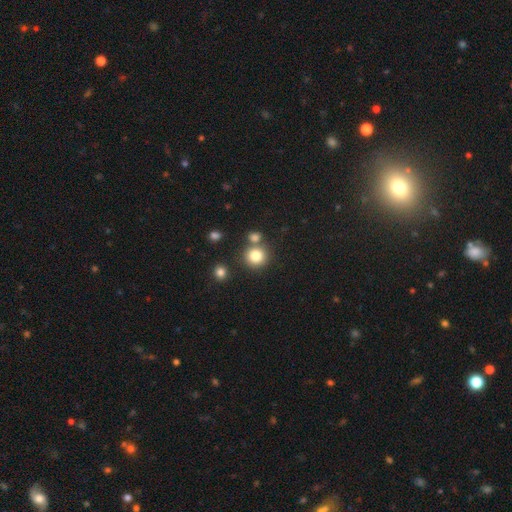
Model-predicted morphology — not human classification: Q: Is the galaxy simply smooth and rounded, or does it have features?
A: smooth — 82%.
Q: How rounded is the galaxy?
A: round — 90%.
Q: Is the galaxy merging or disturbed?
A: none — 71%.